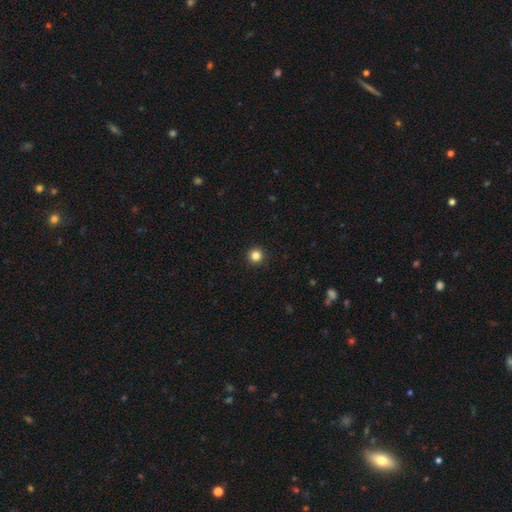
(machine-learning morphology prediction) This is clearly a smooth galaxy (84%). How rounded: clearly round (96%). Merging: clearly none (94%).